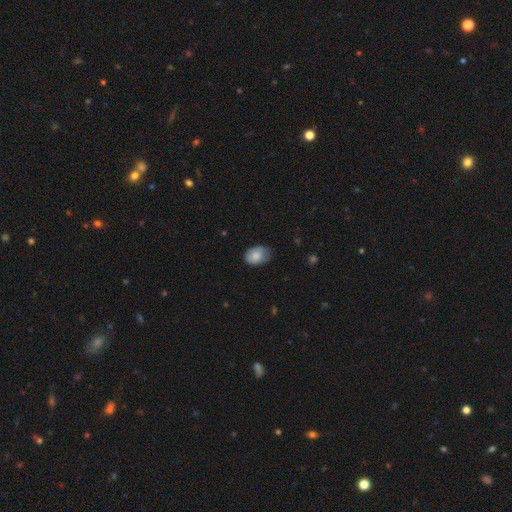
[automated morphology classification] Smooth or featured: smooth — 82% (featured or disk — 11%)
How rounded: in between — 76% (round — 23%)
Merging: none — 65% (minor disturbance — 28%)